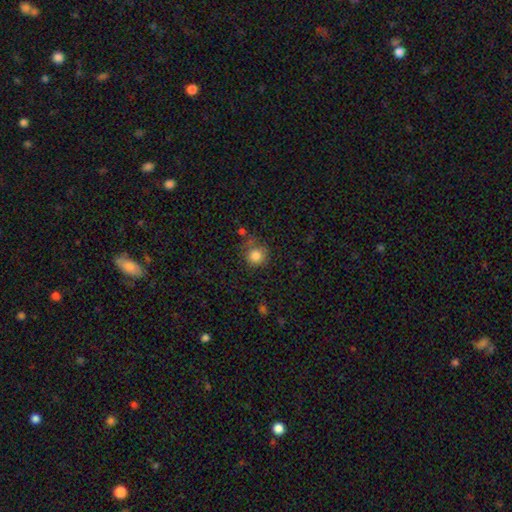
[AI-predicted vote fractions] Morphology: type=smooth (84%); roundness=round (92%); merging=none (70%).